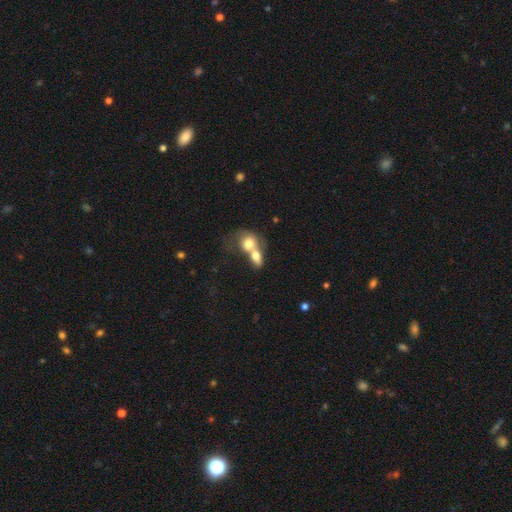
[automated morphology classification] Smooth or featured: smooth — 71% (featured or disk — 22%)
How rounded: in between — 62% (round — 35%)
Merging: merger — 79% (none — 12%)